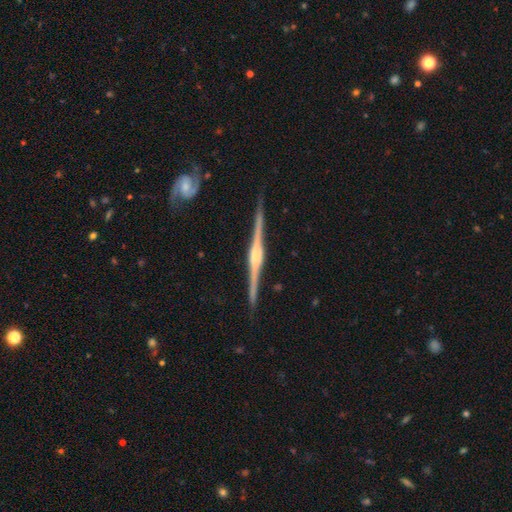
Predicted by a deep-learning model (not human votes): This appears to be a featured or disk galaxy (91%) viewed edge-on (99%) with a rounded central bulge (78%). Merging: none (89%).